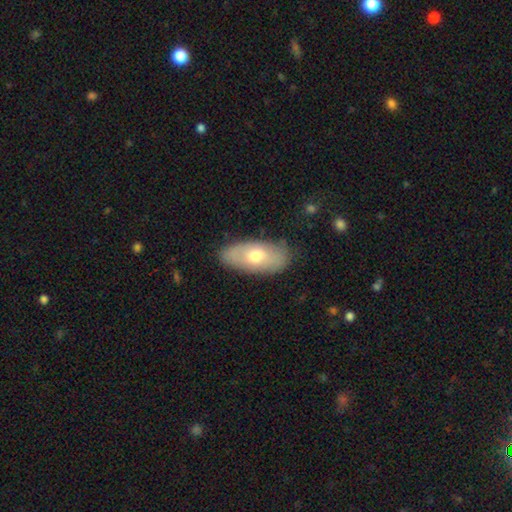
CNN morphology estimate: This appears to be a smooth galaxy with no disk features (63%) that is in between round and cigar-shaped (89%). Merging: none (80%).